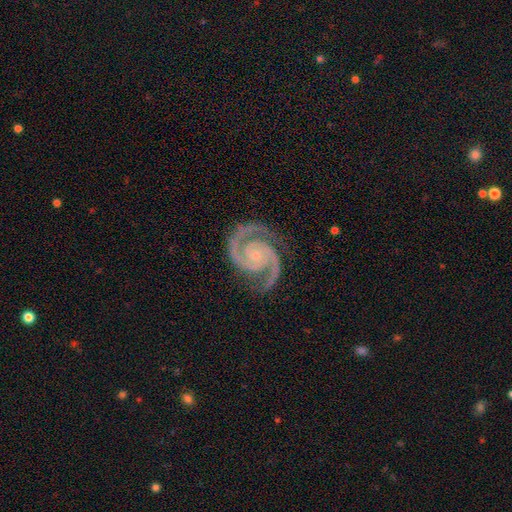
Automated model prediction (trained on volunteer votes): Smooth or featured: featured or disk — 94% (star or artifact — 4%)
Edge-on disk: no — 98% (yes — 2%)
Bar: no — 72% (weak — 20%)
Spiral arms: yes — 99% (no — 1%)
Spiral winding: tight — 56% (medium — 40%)
Spiral arm count: 2 — 93% (3 — 2%)
Bulge size: small — 74% (moderate — 17%)
Merging: none — 83% (minor disturbance — 12%)